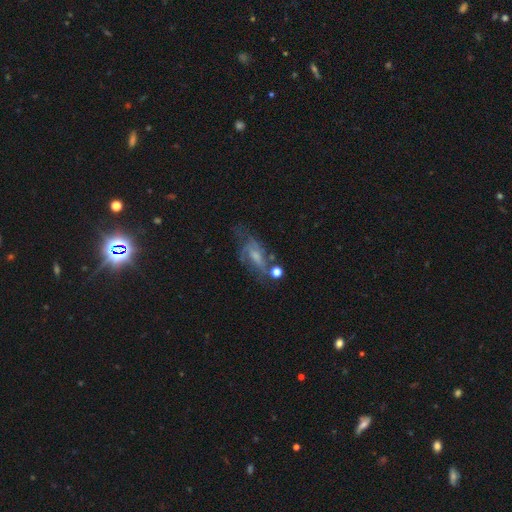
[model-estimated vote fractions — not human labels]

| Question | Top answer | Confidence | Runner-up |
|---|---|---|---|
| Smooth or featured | featured or disk | 64% | smooth (23%) |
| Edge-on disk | no | 91% | yes (9%) |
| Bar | no | 53% | weak (36%) |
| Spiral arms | yes | 75% | no (25%) |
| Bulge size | small | 40% | moderate (32%) |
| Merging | none | 40% | major disturbance (28%) |